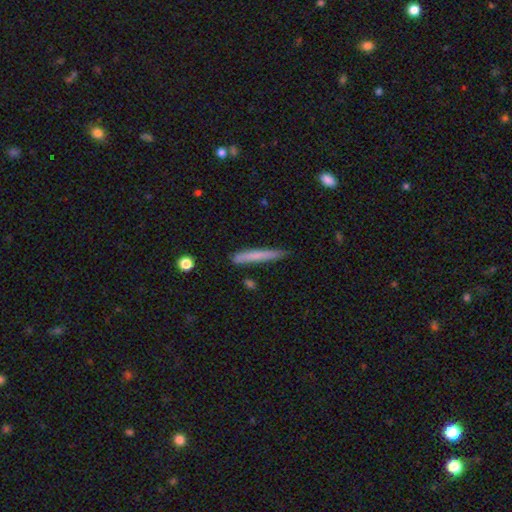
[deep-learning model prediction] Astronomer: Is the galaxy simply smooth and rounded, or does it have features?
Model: smooth — 72%.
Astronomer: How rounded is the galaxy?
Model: cigar-shaped — 95%.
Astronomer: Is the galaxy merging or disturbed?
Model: none — 79%.